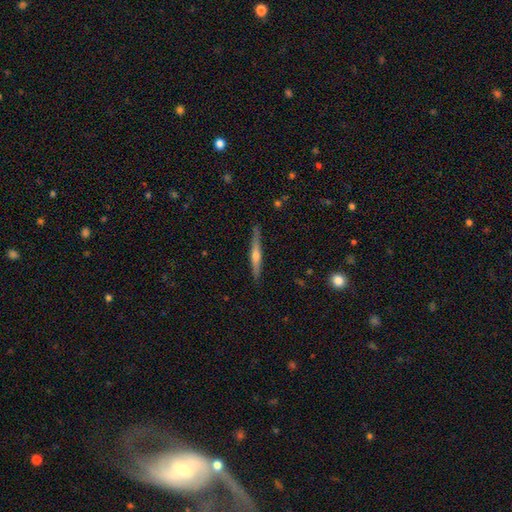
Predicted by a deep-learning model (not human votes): Morphology: type=featured or disk (64%); edge-on=yes (97%); edge-on bulge=rounded (85%); merging=none (87%).